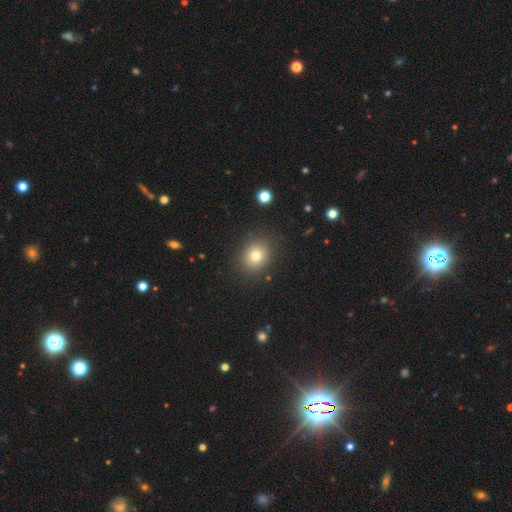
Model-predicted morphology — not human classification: smooth-or-featured: smooth: 78% | star or artifact: 13% | featured or disk: 9%
  how-rounded: round: 68% | in between: 31% | cigar-shaped: 1%
  merging: none: 87% | minor disturbance: 8% | major disturbance: 3% | merger: 2%